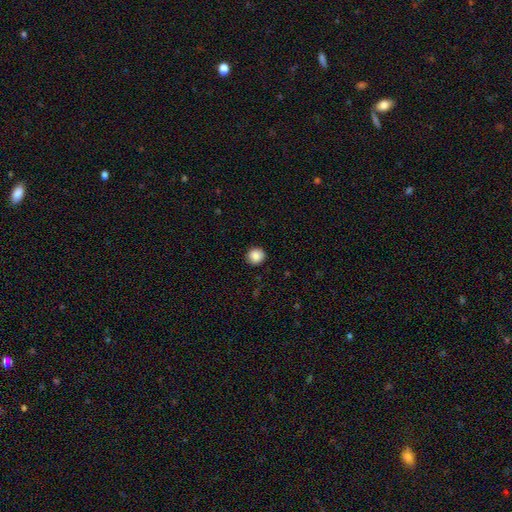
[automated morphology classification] Overall: smooth (88%). How rounded: round (92%). Merging: none (91%).